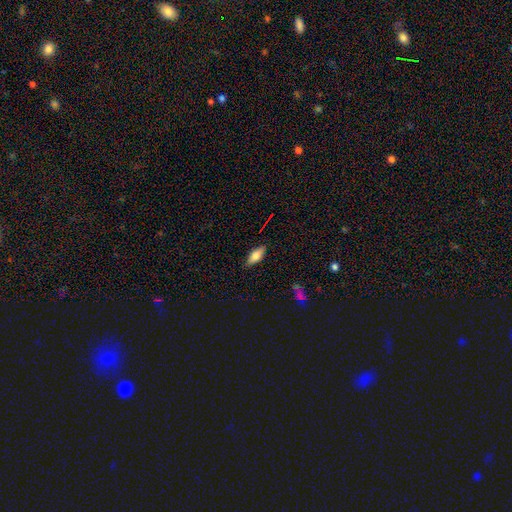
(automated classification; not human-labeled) smooth-or-featured: smooth: 75% | featured or disk: 18% | star or artifact: 7%
  how-rounded: in between: 79% | cigar-shaped: 19% | round: 2%
  merging: none: 85% | minor disturbance: 11% | major disturbance: 2% | merger: 1%